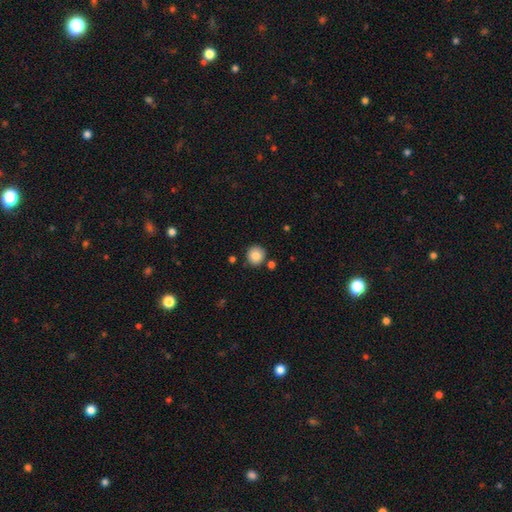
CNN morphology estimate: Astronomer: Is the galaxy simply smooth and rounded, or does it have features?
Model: smooth — 85%.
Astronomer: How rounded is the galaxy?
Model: round — 93%.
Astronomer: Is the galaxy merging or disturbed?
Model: none — 84%.